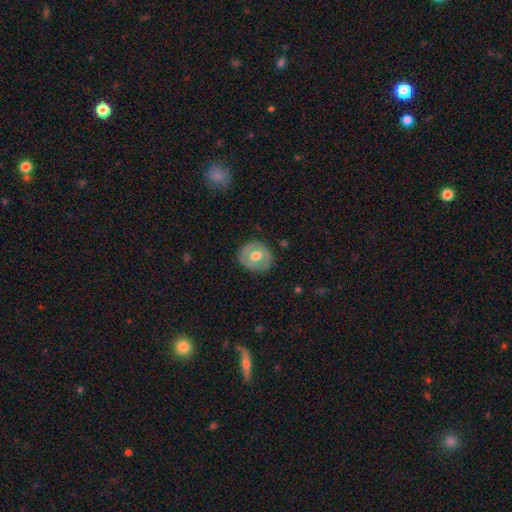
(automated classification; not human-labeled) smooth 49%, featured or disk 45%, star or artifact 6%. Down the decision tree: merging — none (81%).